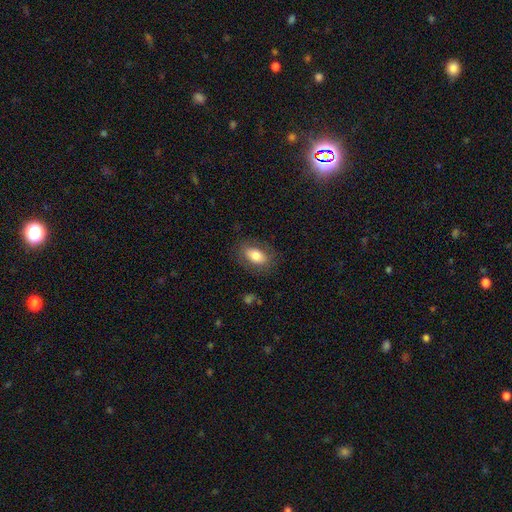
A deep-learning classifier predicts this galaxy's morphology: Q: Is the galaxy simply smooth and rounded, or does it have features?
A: smooth — 76%.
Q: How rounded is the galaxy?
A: in between — 89%.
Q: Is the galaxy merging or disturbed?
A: none — 81%.